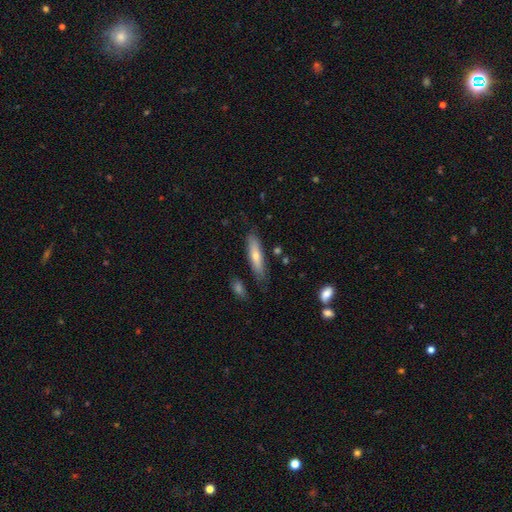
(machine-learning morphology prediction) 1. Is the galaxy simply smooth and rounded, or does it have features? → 64% smooth, 30% featured or disk, 6% star or artifact.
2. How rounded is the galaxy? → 70% cigar-shaped, 28% in between, 2% round.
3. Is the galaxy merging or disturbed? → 76% none, 17% minor disturbance, 4% major disturbance, 3% merger.